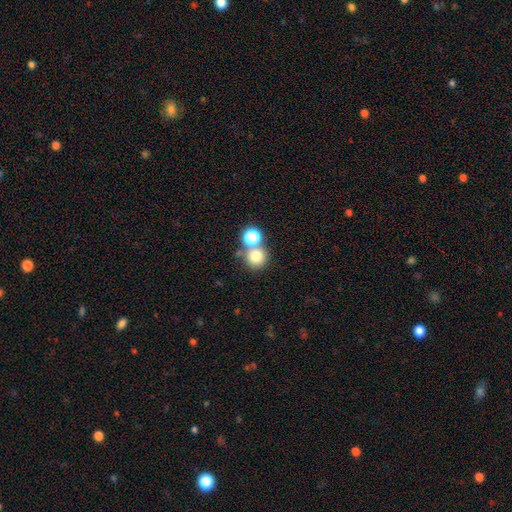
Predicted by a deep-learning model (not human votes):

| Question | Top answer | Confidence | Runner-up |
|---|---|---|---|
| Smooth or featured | smooth | 75% | star or artifact (16%) |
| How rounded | round | 90% | in between (9%) |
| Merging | none | 58% | merger (32%) |